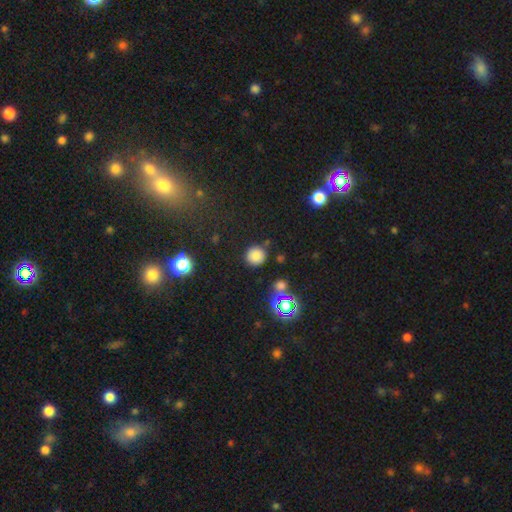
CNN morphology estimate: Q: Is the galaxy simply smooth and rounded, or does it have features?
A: smooth — 78%.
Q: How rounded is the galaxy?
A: round — 93%.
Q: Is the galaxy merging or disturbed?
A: none — 85%.